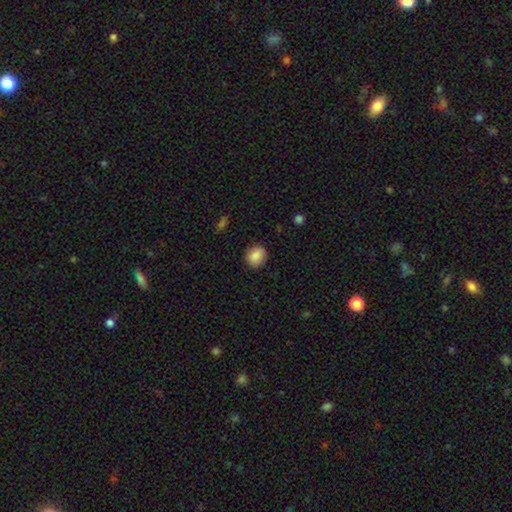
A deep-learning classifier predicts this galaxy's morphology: smooth-or-featured: smooth: 88% | star or artifact: 8% | featured or disk: 4%
  how-rounded: round: 72% | in between: 27% | cigar-shaped: 1%
  merging: none: 88% | minor disturbance: 9% | major disturbance: 2% | merger: 1%